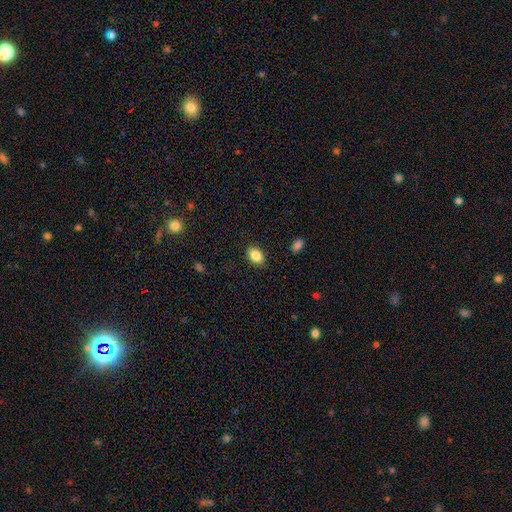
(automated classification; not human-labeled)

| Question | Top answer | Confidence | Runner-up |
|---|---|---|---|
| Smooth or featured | smooth | 85% | star or artifact (8%) |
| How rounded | in between | 83% | round (16%) |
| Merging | none | 88% | minor disturbance (9%) |